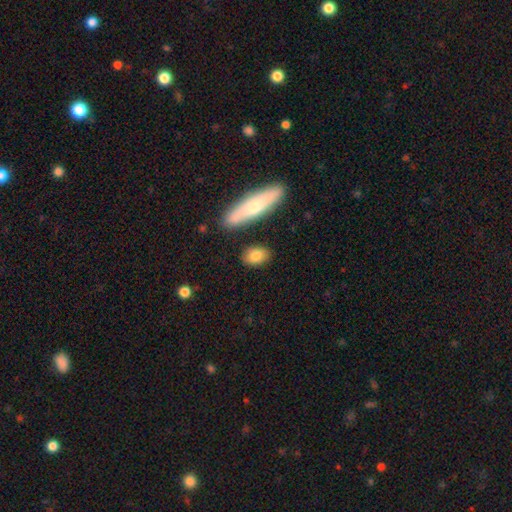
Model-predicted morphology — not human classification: Smooth or featured?
  - smooth: 81% *
  - featured or disk: 12%
  - star or artifact: 7%
How rounded?
  - in between: 74% *
  - round: 20%
  - cigar-shaped: 6%
Merging?
  - none: 83% *
  - minor disturbance: 10%
  - merger: 4%
  - major disturbance: 3%